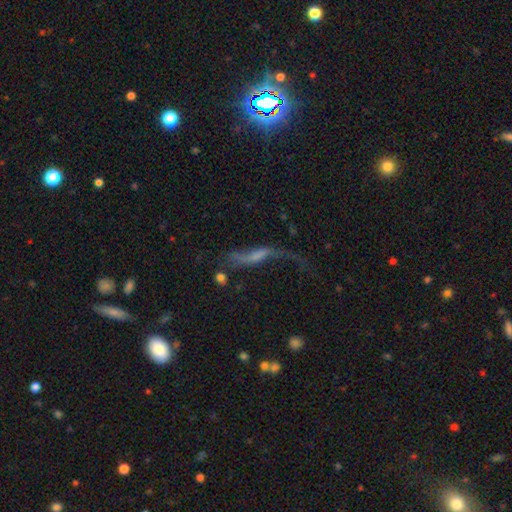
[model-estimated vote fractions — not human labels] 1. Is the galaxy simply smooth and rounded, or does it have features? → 64% featured or disk, 24% smooth, 12% star or artifact.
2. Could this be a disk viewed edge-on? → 77% no, 23% yes.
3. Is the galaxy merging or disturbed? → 38% major disturbance, 35% none, 17% minor disturbance, 9% merger.